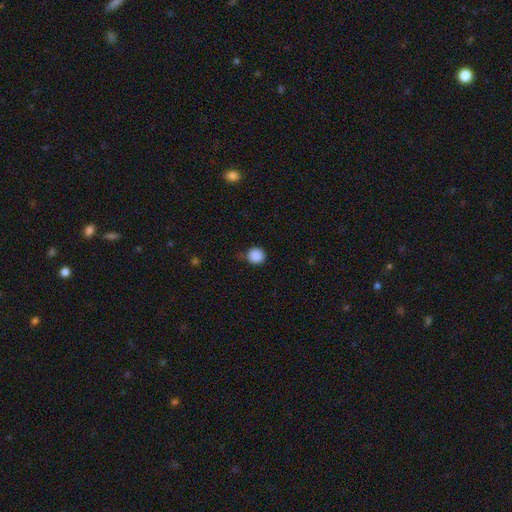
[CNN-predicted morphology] The model was most divided on "merging": none: 76%, minor disturbance: 18%, major disturbance: 4%, merger: 2%. More confident: how rounded — round (91%); smooth or featured — smooth (88%).